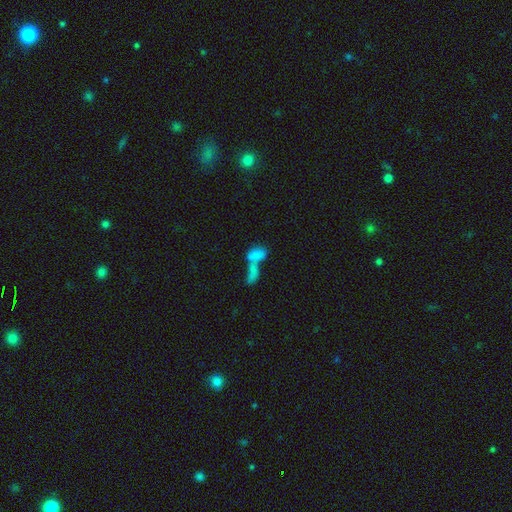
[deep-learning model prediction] This appears to be a smooth galaxy with no disk features (74%) that is in between round and cigar-shaped (85%). Merging: merger (74%).